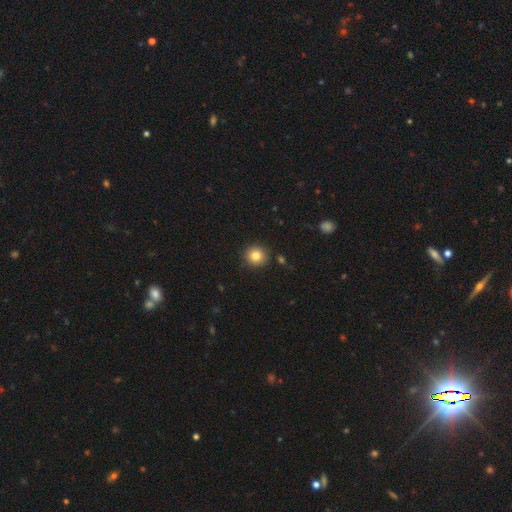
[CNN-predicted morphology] Smooth or featured?
  - smooth: 83% *
  - star or artifact: 11%
  - featured or disk: 6%
How rounded?
  - round: 93% *
  - in between: 6%
  - cigar-shaped: 1%
Merging?
  - none: 90% *
  - minor disturbance: 6%
  - merger: 2%
  - major disturbance: 2%